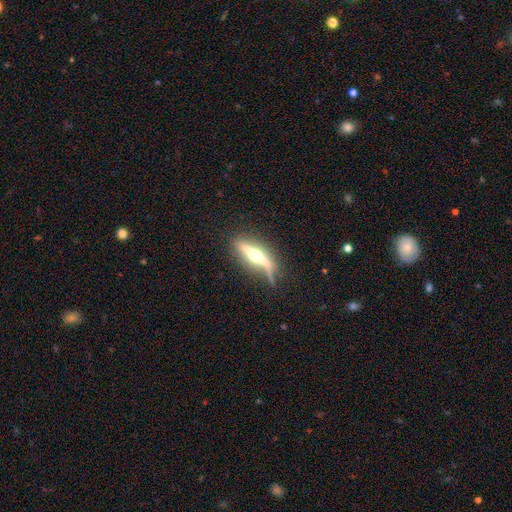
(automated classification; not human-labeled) Morphology: type=featured or disk (75%); edge-on=yes (91%); edge-on bulge=rounded (92%); merging=none (63%).